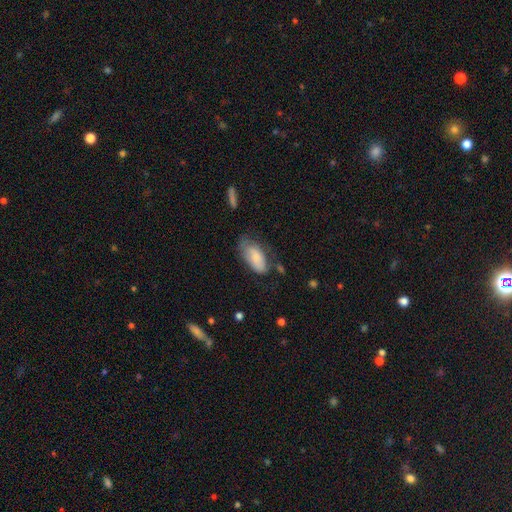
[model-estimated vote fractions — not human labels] Morphology: type=smooth (79%); roundness=in between (91%); merging=none (46%).